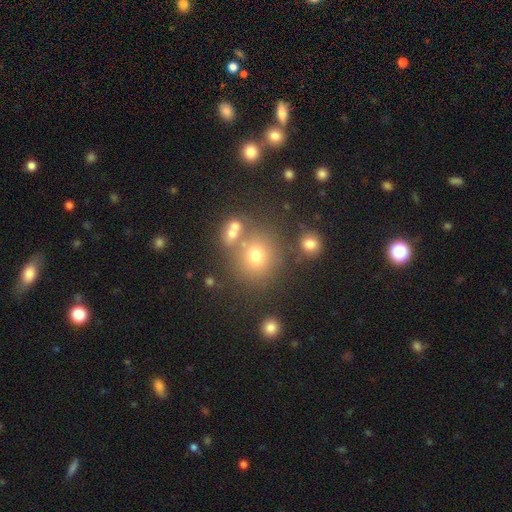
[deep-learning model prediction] Smooth or featured? Predicted: smooth (p=0.67). How rounded? Predicted: round (p=0.86). Merging? Predicted: none (p=0.67).